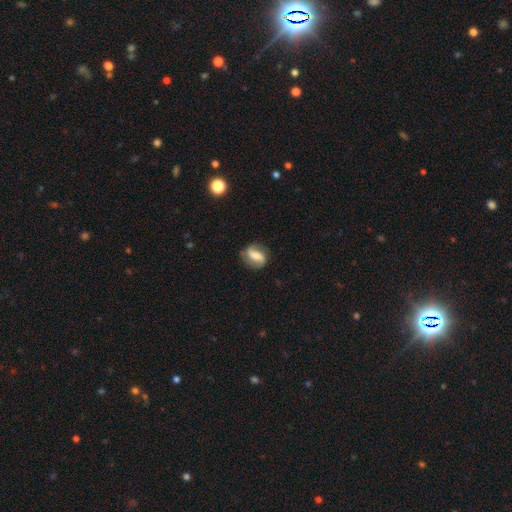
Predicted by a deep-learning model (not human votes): Smooth or featured? featured or disk (54%)
Edge-on disk? no (93%)
Bar? strong (46%)
Spiral arms? yes (82%)
Bulge size? moderate (36%)
Merging? none (73%)